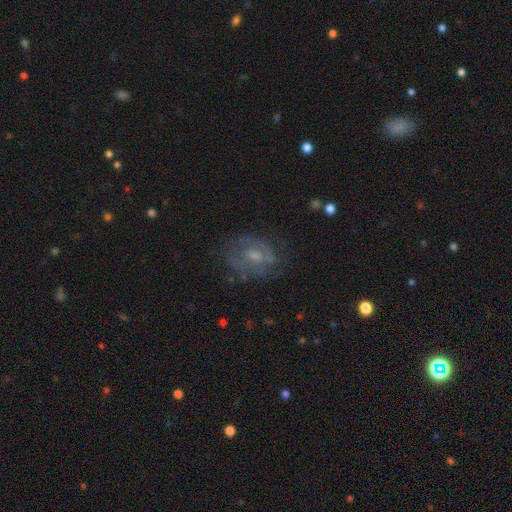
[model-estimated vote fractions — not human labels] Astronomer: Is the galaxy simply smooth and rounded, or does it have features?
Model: featured or disk — 60%.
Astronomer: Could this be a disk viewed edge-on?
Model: no — 96%.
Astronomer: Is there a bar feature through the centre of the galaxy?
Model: no — 52% (runner-up: weak, 40%).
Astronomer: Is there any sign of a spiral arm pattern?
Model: yes — 59% (runner-up: no, 41%).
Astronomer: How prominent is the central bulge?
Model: moderate — 44% (runner-up: small, 38%).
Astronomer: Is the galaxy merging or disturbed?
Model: none — 62%.